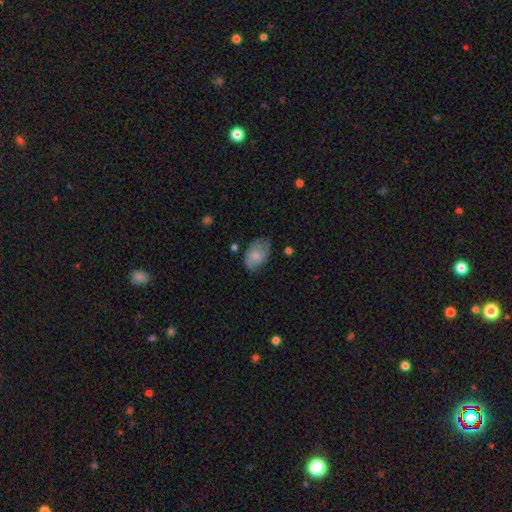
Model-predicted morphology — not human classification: This is possibly a smooth galaxy (59%). How rounded: clearly in between (85%). Merging: possibly none (56%).